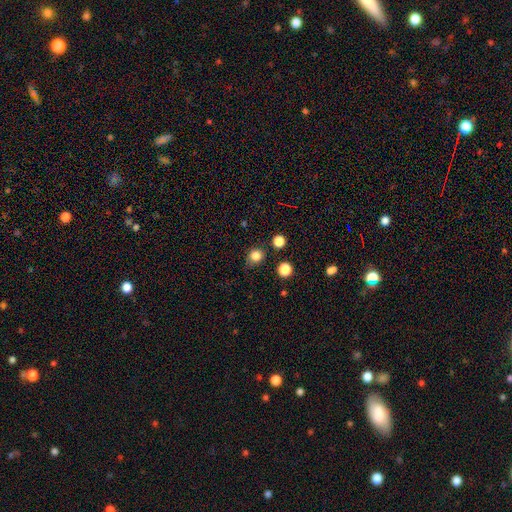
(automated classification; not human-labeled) Smooth or featured: smooth — 82% (star or artifact — 13%)
How rounded: round — 88% (in between — 11%)
Merging: none — 79% (minor disturbance — 14%)